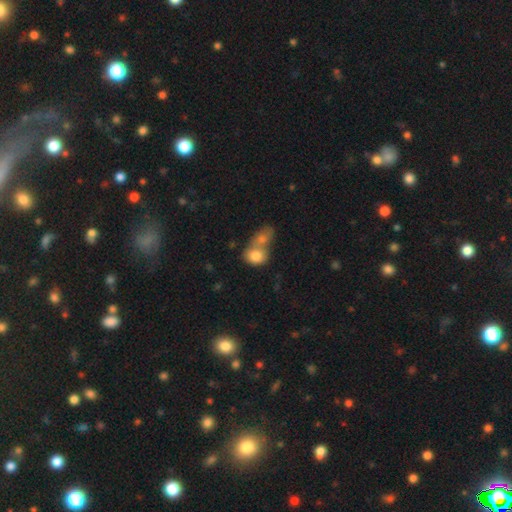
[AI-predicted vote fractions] This appears to be a smooth galaxy with no disk features (81%) that is round (49%, tied with in between). Merging: merger (65%).